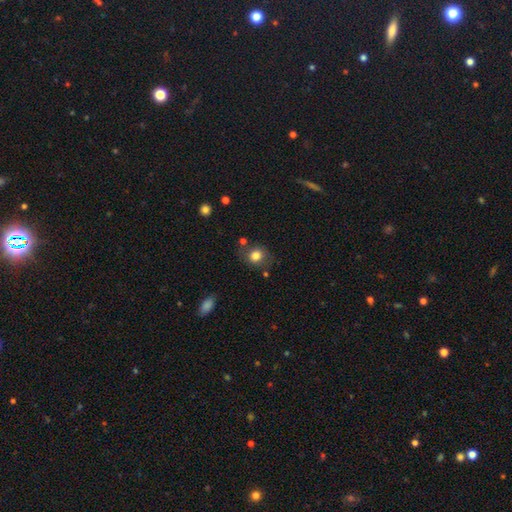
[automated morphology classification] A smooth galaxy with no disk features (80%) that is round (69%).

Vote fractions:
- Smooth or featured? smooth: 80% / featured or disk: 10% / star or artifact: 10%
- How rounded? round: 69% / in between: 30% / cigar-shaped: 1%
- Merging? none: 72% / minor disturbance: 16% / major disturbance: 6% / merger: 5%